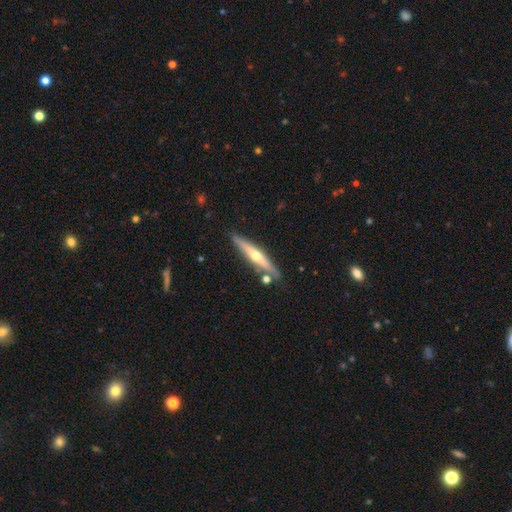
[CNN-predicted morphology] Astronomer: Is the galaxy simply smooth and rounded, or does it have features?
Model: featured or disk — 63%.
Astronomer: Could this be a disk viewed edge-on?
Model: yes — 95%.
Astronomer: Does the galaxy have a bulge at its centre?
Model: rounded — 88%.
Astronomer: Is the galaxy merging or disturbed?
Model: none — 83%.